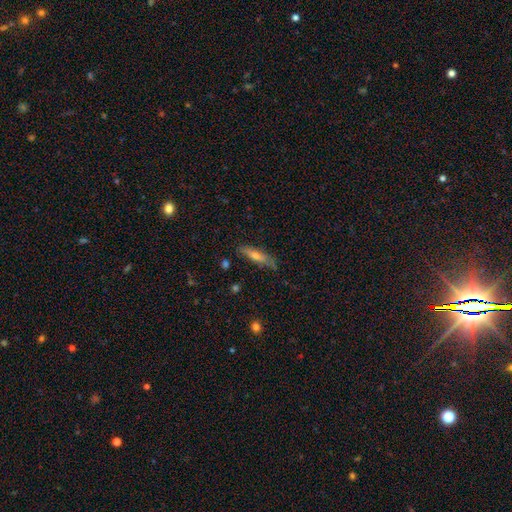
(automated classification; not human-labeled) smooth-or-featured: smooth: 47% | featured or disk: 45% | star or artifact: 8%
  merging: none: 76% | minor disturbance: 18% | major disturbance: 4% | merger: 2%